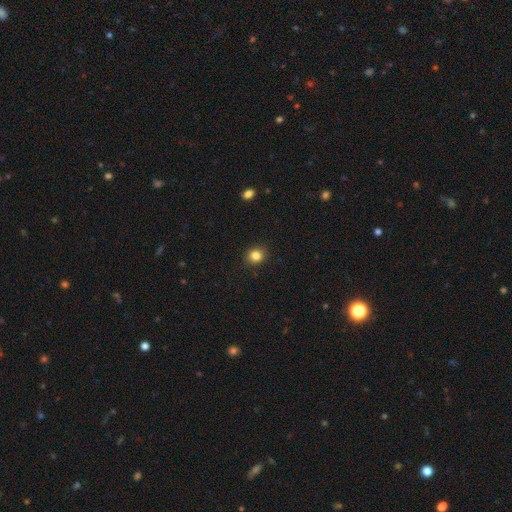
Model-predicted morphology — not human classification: Overall: smooth (83%). How rounded: round (81%). Merging: none (90%).